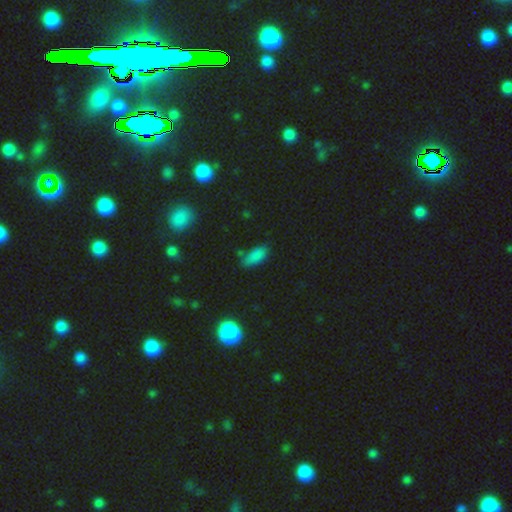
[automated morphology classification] smooth 76%, star or artifact 19%, featured or disk 6%. Down the decision tree: how rounded — in between (85%); merging — none (63%).